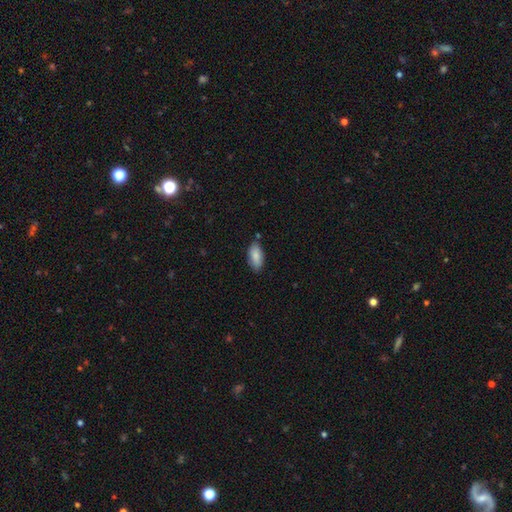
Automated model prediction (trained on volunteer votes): Morphology: type=smooth (85%); roundness=in between (91%); merging=none (77%).